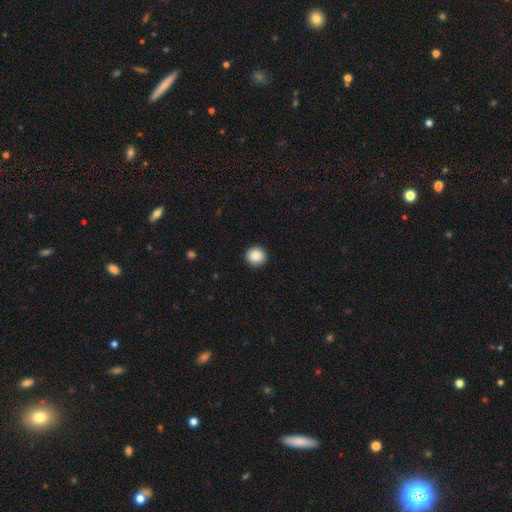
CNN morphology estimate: Overall: smooth (88%). How rounded: round (93%). Merging: none (93%).